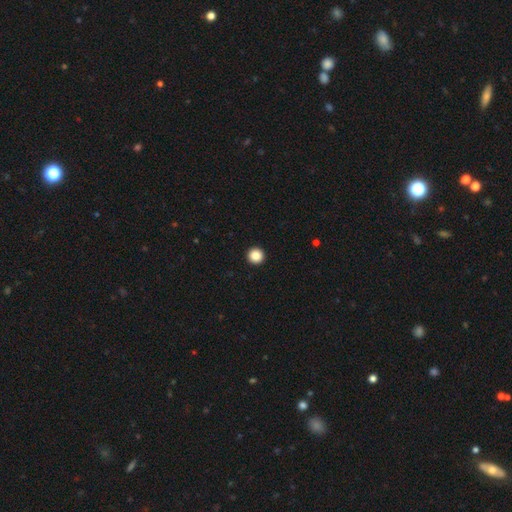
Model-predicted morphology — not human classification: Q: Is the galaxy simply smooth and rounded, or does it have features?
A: smooth — 86%.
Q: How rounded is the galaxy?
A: round — 96%.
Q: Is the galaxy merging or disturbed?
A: none — 95%.